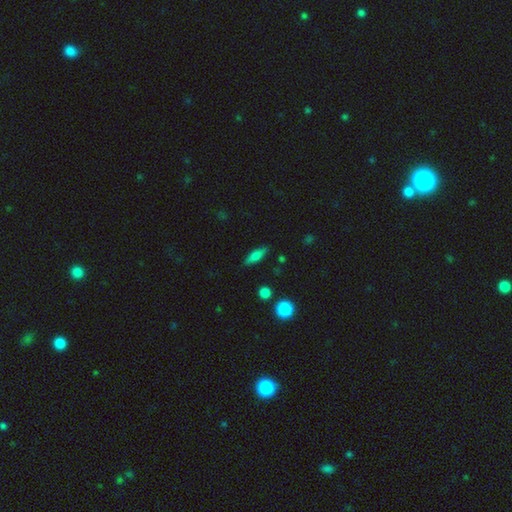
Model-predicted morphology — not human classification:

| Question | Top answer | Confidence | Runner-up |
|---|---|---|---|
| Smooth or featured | smooth | 66% | featured or disk (26%) |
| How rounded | in between | 52% | cigar-shaped (44%) |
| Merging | none | 85% | minor disturbance (11%) |